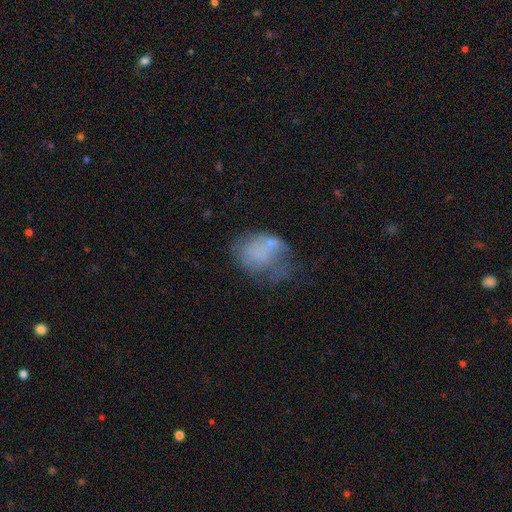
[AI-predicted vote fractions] A smooth galaxy with no disk features (56%) that is in between round and cigar-shaped (60%).

Vote fractions:
- Smooth or featured? smooth: 56% / featured or disk: 32% / star or artifact: 12%
- How rounded? in between: 60% / round: 38% / cigar-shaped: 1%
- Merging? major disturbance: 35% / none: 28% / minor disturbance: 25% / merger: 12%